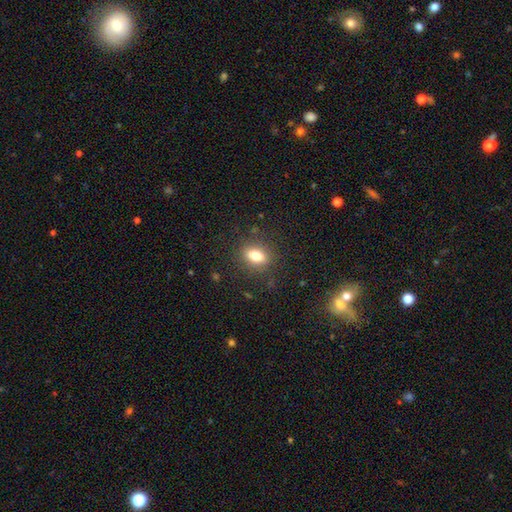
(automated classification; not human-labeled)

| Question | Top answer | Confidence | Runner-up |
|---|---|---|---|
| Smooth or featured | smooth | 80% | star or artifact (11%) |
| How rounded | in between | 70% | round (27%) |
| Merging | none | 85% | minor disturbance (10%) |